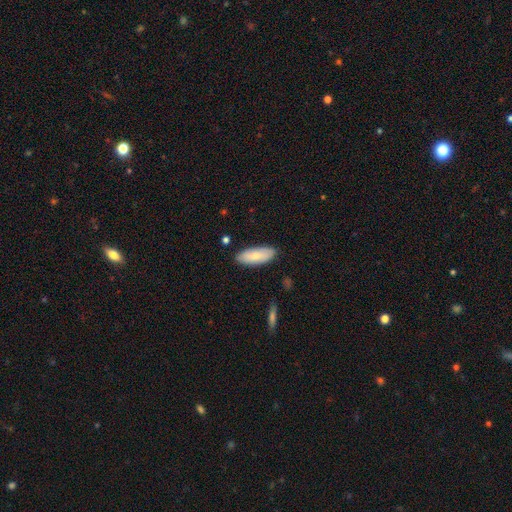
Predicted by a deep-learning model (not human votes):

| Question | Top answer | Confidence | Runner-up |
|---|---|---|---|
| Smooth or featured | smooth | 74% | featured or disk (20%) |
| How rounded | in between | 80% | cigar-shaped (18%) |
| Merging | none | 84% | minor disturbance (12%) |